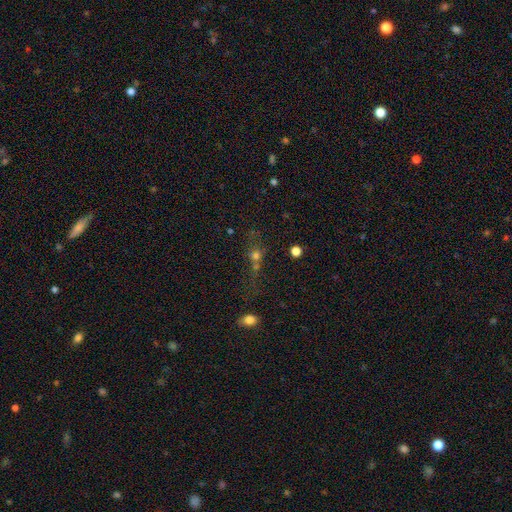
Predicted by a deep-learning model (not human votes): Smooth or featured?
  - smooth: 46% *
  - star or artifact: 35%
  - featured or disk: 19%
Merging?
  - none: 41% *
  - merger: 37%
  - major disturbance: 11%
  - minor disturbance: 10%